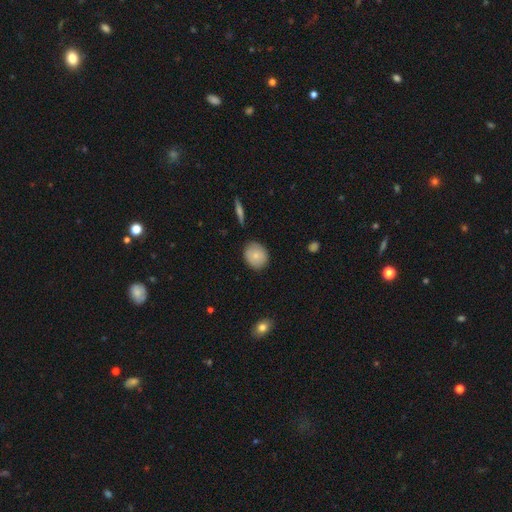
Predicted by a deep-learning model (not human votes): Smooth or featured: smooth — 75% (featured or disk — 17%)
How rounded: round — 67% (in between — 32%)
Merging: none — 82% (minor disturbance — 14%)